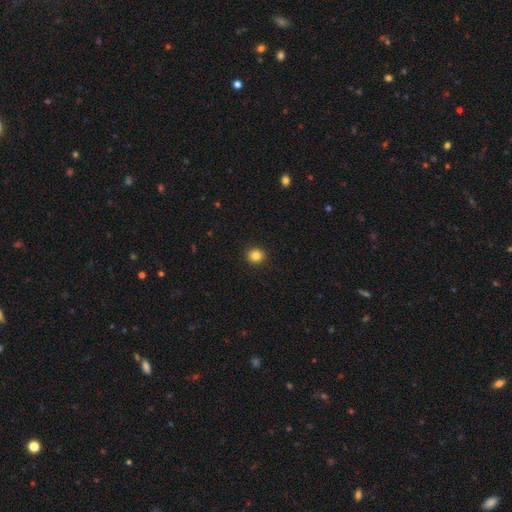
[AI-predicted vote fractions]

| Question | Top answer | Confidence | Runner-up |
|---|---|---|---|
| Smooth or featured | smooth | 85% | star or artifact (11%) |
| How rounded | round | 86% | in between (13%) |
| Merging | none | 92% | minor disturbance (5%) |